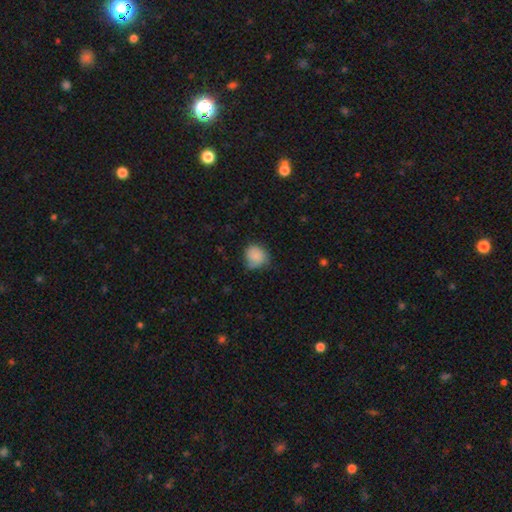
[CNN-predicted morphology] type=smooth (85%); roundness=round (79%); merging=none (59%).